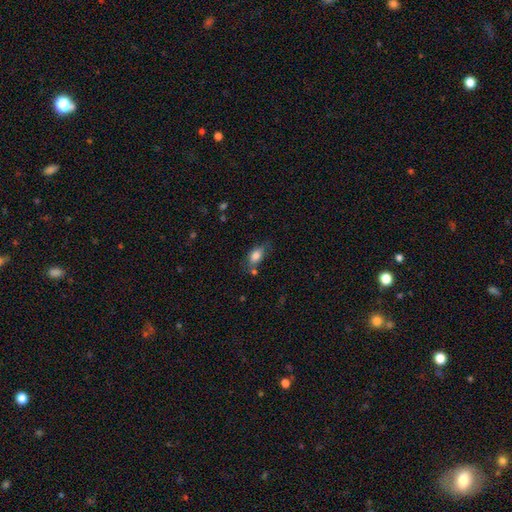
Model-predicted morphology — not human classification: type=smooth (82%); roundness=in between (87%); merging=none (61%).